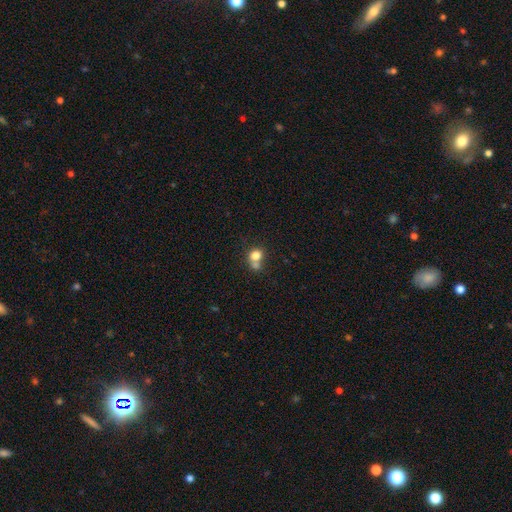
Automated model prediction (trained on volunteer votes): This is likely a smooth galaxy (77%). How rounded: likely round (75%). Merging: possibly merger (47%).